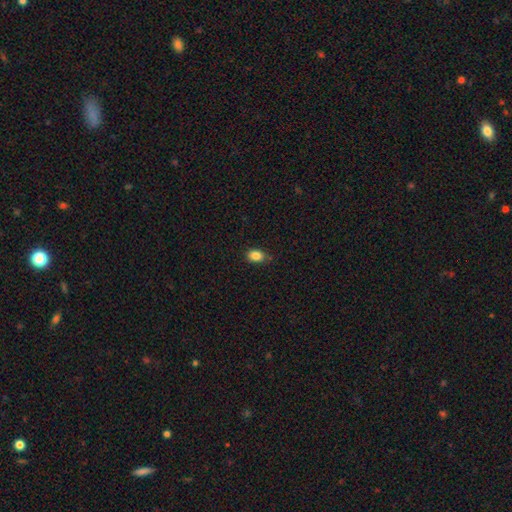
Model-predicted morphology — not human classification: The model was most divided on "how rounded": in between: 77%, round: 21%, cigar-shaped: 1%. More confident: smooth or featured — smooth (86%); merging — none (81%).